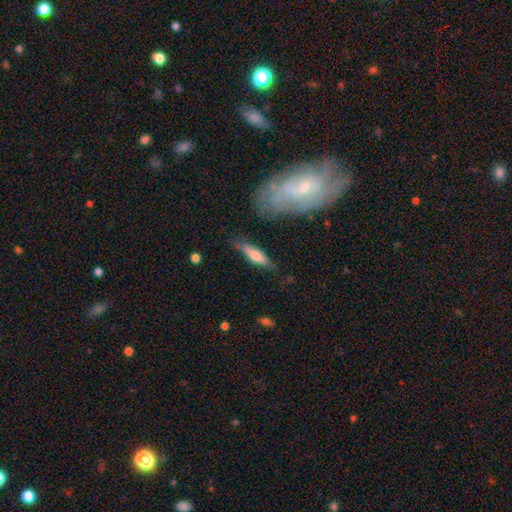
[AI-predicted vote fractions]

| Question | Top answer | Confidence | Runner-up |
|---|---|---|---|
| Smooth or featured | smooth | 63% | featured or disk (31%) |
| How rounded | cigar-shaped | 63% | in between (35%) |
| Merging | none | 71% | minor disturbance (20%) |